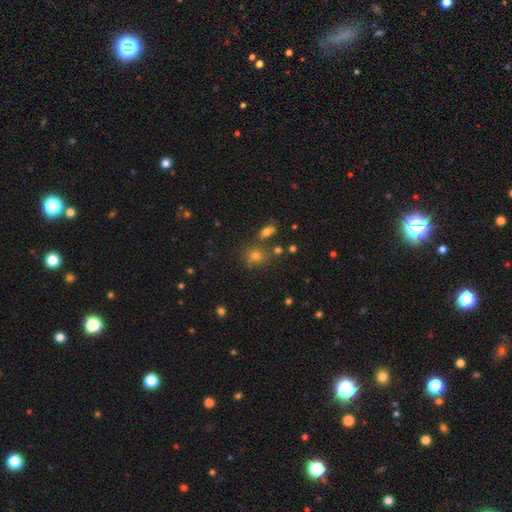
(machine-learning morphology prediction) smooth_or_featured: smooth (p=0.66) [alt: star or artifact p=0.22]
how_rounded: round (p=0.75) [alt: in between p=0.23]
merging: none (p=0.68) [alt: merger p=0.14]